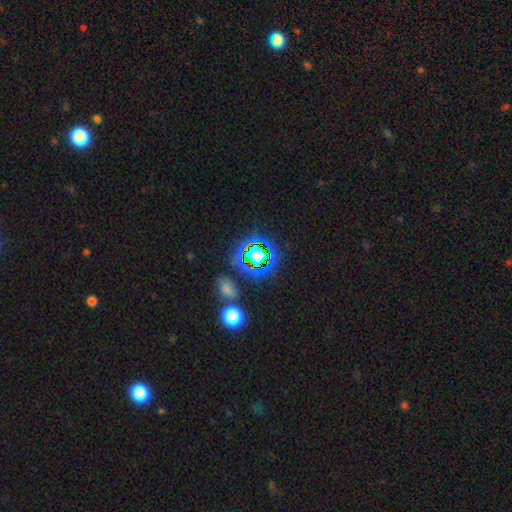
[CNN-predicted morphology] Q: Smooth or featured?
A: star or artifact (65%); runner-up: smooth (23%)